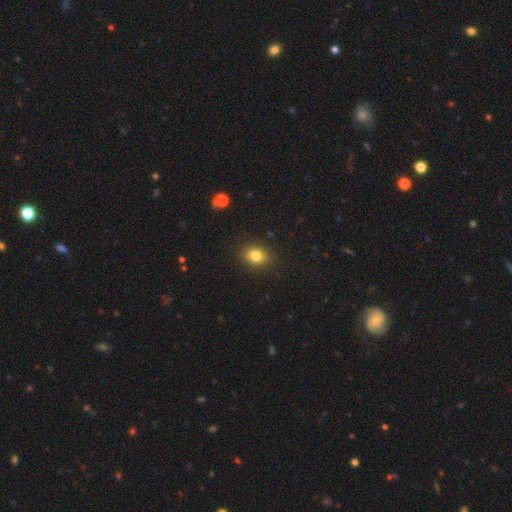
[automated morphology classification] This appears to be a smooth galaxy with no disk features (82%) that is round (53%). Merging: none (89%).